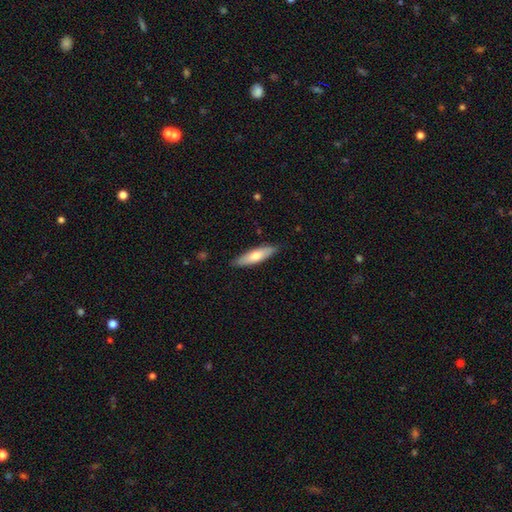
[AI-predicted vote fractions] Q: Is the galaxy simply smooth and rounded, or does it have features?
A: smooth — 64%.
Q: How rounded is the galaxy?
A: cigar-shaped — 61%.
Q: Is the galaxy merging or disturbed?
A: none — 85%.